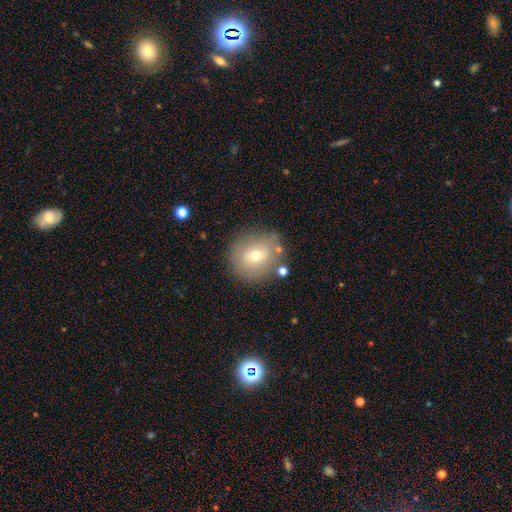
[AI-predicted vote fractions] Smooth or featured: smooth — 66% (featured or disk — 22%)
How rounded: round — 86% (in between — 13%)
Merging: none — 79% (minor disturbance — 12%)